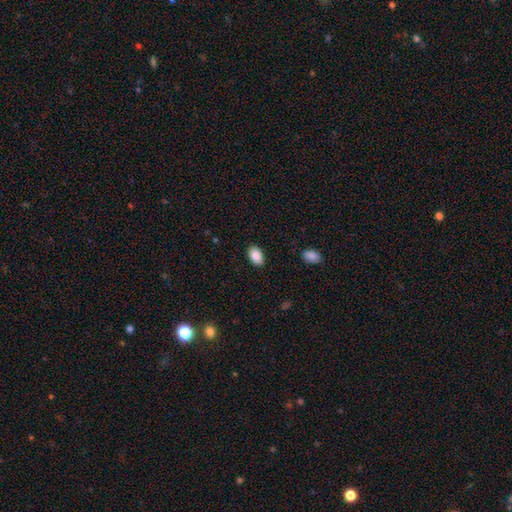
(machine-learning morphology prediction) type=smooth (87%); roundness=in between (92%); merging=none (88%).